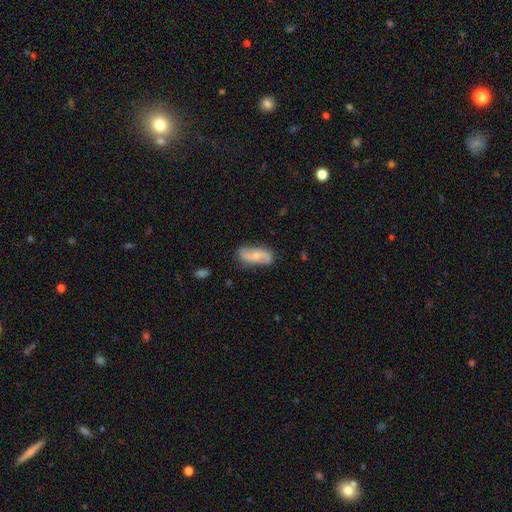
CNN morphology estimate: A featured or disk galaxy (56%) with no bar (59%), spiral arms (88%) and a small central bulge (49%). Merging: none (76%).